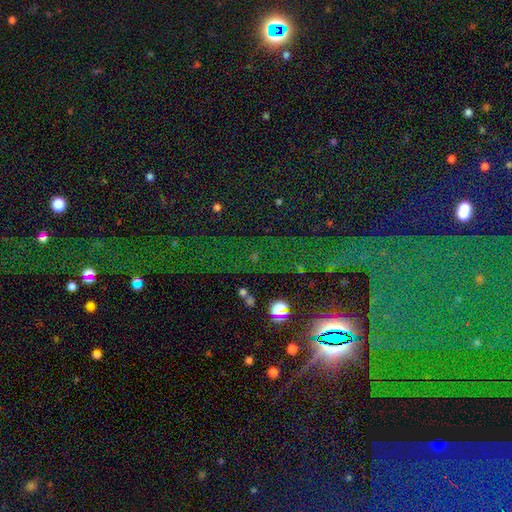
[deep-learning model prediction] This appears to be a star or artifact, not a galaxy (81%).